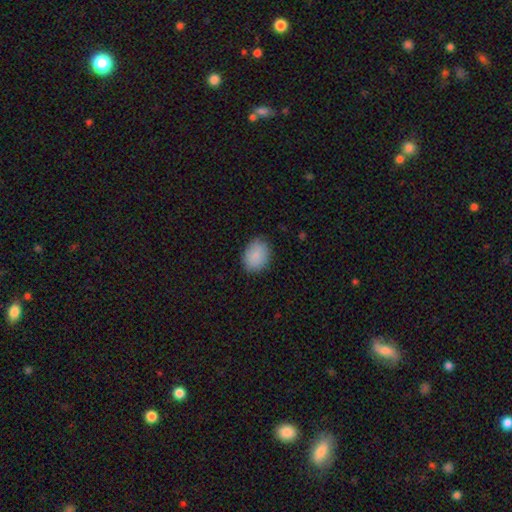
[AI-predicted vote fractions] This is clearly a smooth galaxy (87%). How rounded: likely in between (62%). Merging: clearly none (83%).